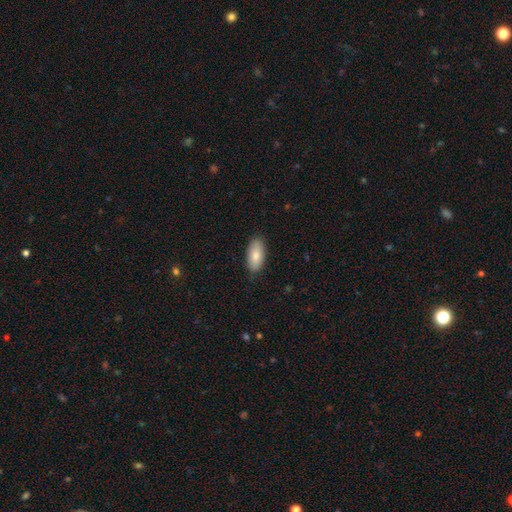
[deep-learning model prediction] Smooth or featured: smooth — 82% (featured or disk — 12%)
How rounded: in between — 92% (cigar-shaped — 6%)
Merging: none — 84% (minor disturbance — 12%)